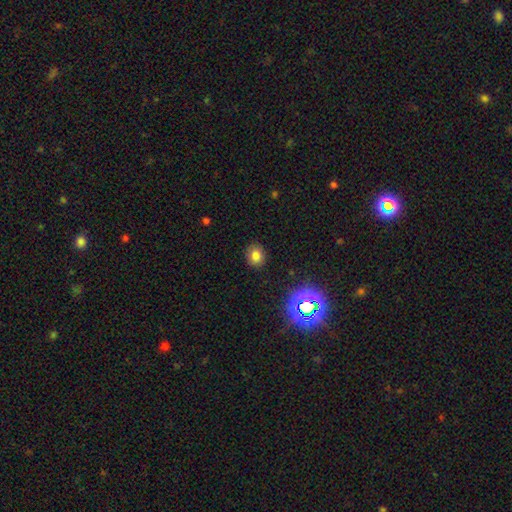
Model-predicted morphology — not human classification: The model was most divided on "how rounded": round: 68%, in between: 31%, cigar-shaped: 1%. More confident: merging — none (88%); smooth or featured — smooth (77%).